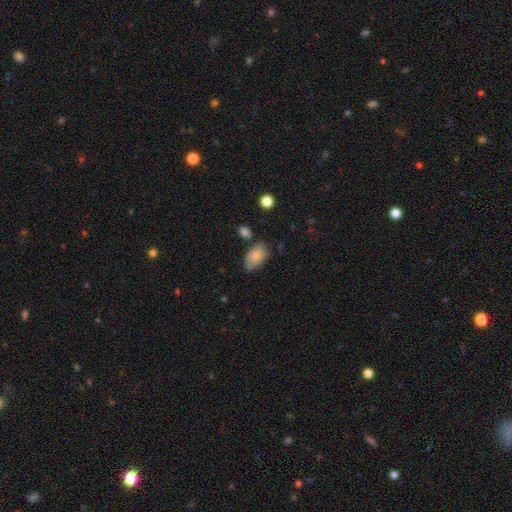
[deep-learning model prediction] Overall: smooth (80%). How rounded: in between (92%). Merging: none (62%; minor disturbance 27%).